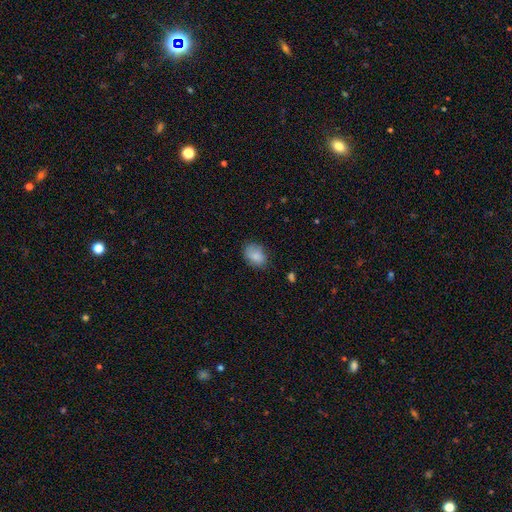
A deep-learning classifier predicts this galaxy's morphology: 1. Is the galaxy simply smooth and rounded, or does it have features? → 85% smooth, 8% featured or disk, 8% star or artifact.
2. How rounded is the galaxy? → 77% in between, 22% round, 1% cigar-shaped.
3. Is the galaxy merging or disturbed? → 73% none, 21% minor disturbance, 5% major disturbance, 1% merger.